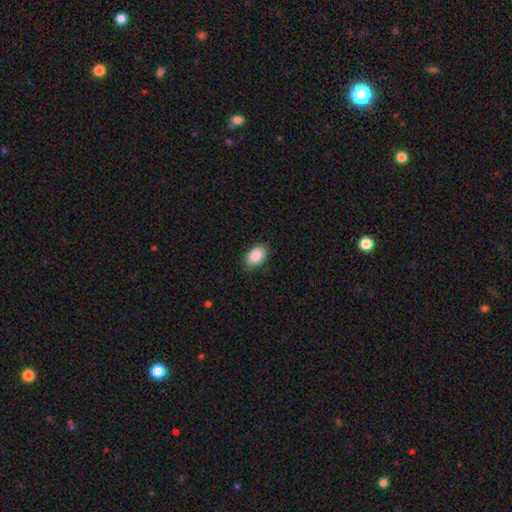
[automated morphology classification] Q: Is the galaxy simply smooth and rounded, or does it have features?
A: smooth — 89%.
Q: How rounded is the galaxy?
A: in between — 89%.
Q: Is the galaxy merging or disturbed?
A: none — 84%.